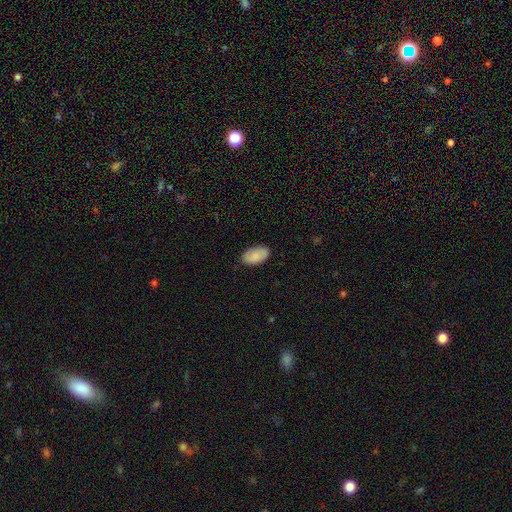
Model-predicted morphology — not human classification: The model was most divided on "merging": none: 85%, minor disturbance: 11%, major disturbance: 2%, merger: 1%. More confident: how rounded — in between (95%); smooth or featured — smooth (85%).